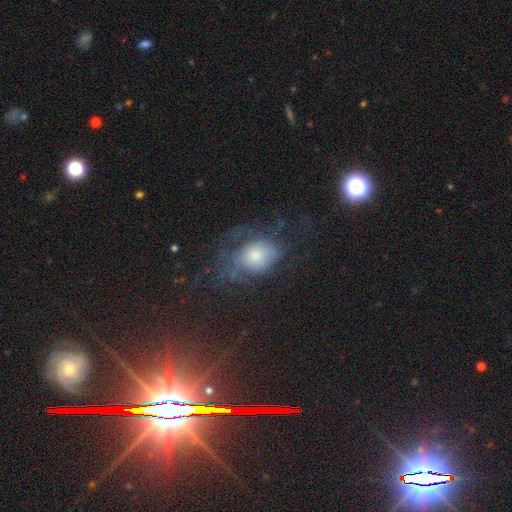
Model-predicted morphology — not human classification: Smooth or featured? Predicted: smooth (p=0.46). Merging? Predicted: none (p=0.39).